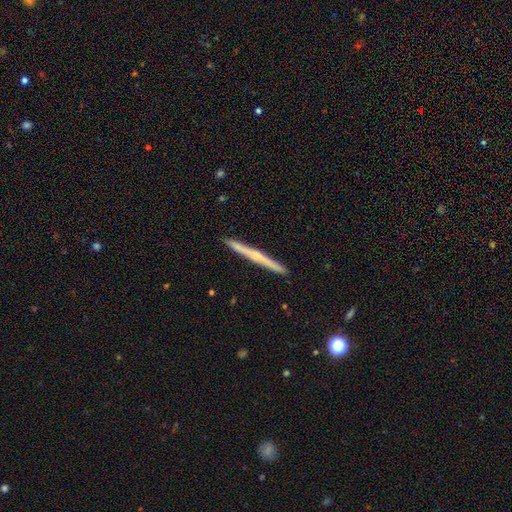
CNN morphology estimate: The model was most divided on "edge-on bulge": rounded: 70%, none: 26%, boxy: 4%. More confident: edge-on disk — yes (98%); merging — none (93%); smooth or featured — featured or disk (71%).